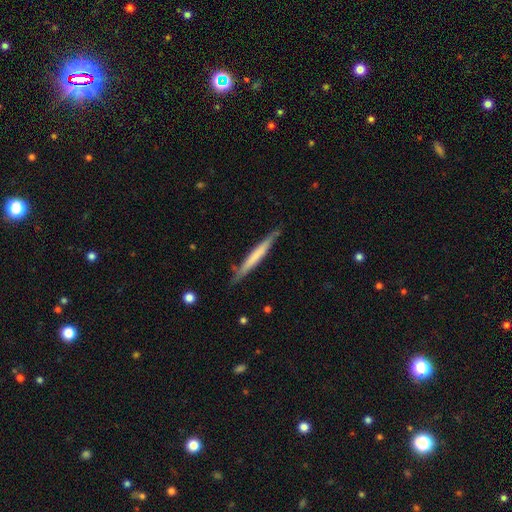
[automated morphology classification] Smooth or featured: smooth — 53% (featured or disk — 42%)
How rounded: cigar-shaped — 96% (in between — 2%)
Merging: none — 83% (minor disturbance — 13%)